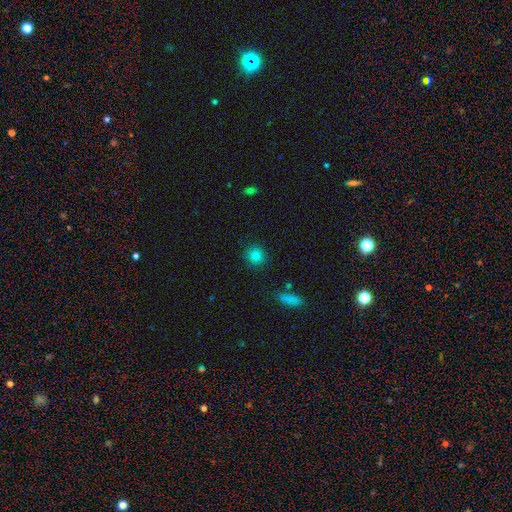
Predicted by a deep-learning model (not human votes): A smooth galaxy with no disk features (81%) that is round (91%). Merging: none (89%).